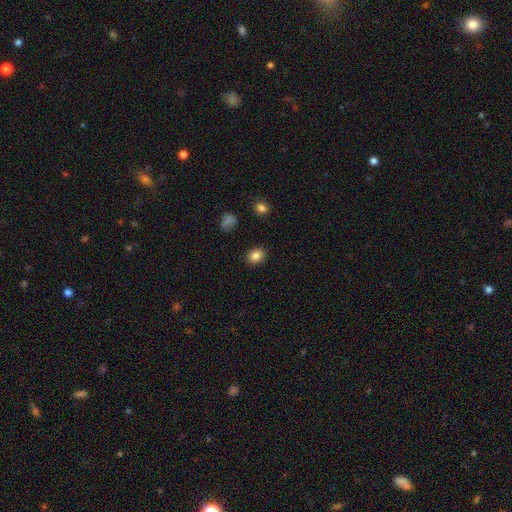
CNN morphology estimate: Smooth or featured? smooth (85%)
How rounded? in between (50%)
Merging? none (88%)